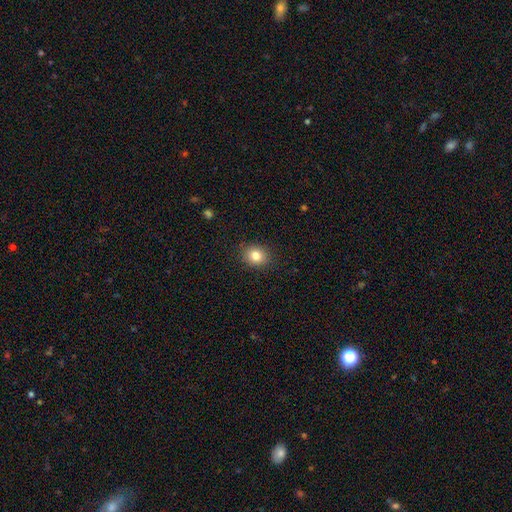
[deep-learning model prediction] A smooth galaxy with no disk features (82%) that is round (67%).

Vote fractions:
- Smooth or featured? smooth: 82% / star or artifact: 11% / featured or disk: 7%
- How rounded? round: 67% / in between: 32% / cigar-shaped: 1%
- Merging? none: 89% / minor disturbance: 8% / major disturbance: 2% / merger: 1%